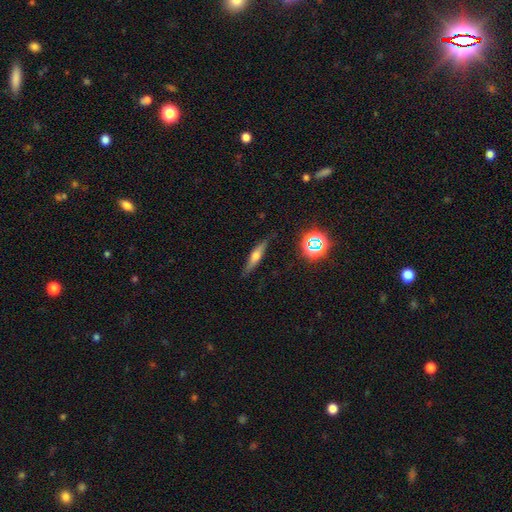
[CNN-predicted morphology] Smooth or featured? featured or disk (48%)
Merging? none (84%)